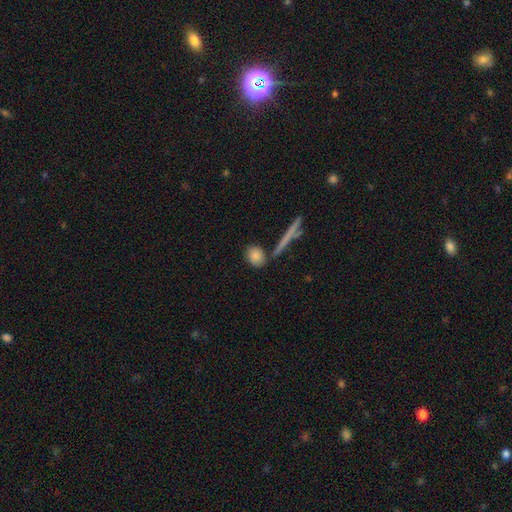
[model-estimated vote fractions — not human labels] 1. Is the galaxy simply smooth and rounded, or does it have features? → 83% smooth, 9% featured or disk, 8% star or artifact.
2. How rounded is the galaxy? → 54% round, 35% in between, 10% cigar-shaped.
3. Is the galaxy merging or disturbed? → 73% none, 12% merger, 11% minor disturbance, 4% major disturbance.